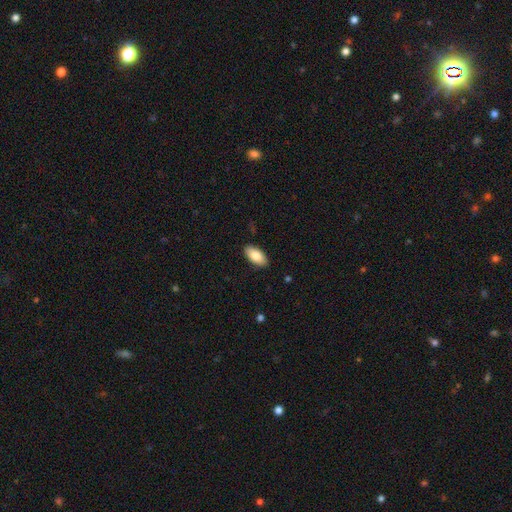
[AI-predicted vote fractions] This is clearly a smooth galaxy (85%). How rounded: clearly in between (92%). Merging: clearly none (88%).